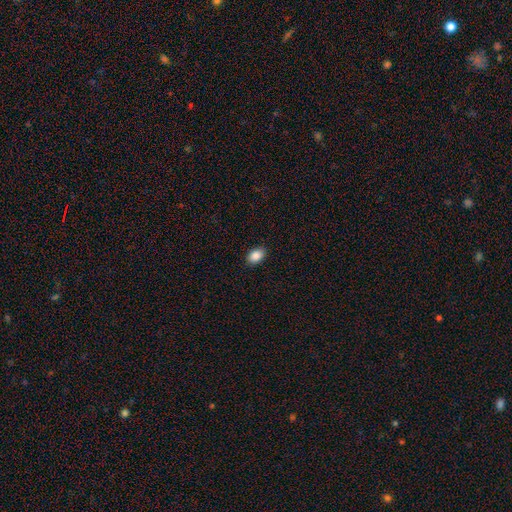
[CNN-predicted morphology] smooth 88%, star or artifact 8%, featured or disk 4%. Down the decision tree: how rounded — in between (87%); merging — none (88%).